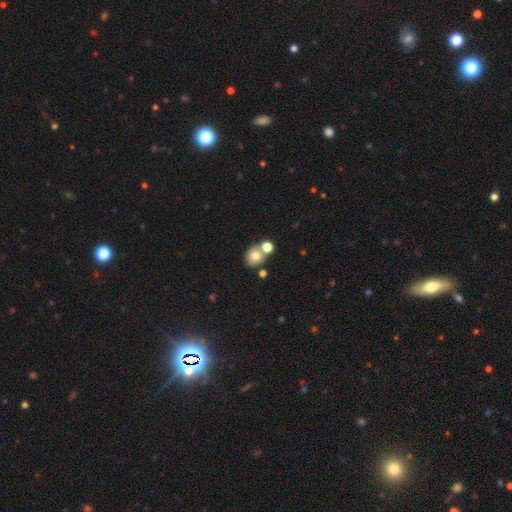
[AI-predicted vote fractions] smooth 73%, featured or disk 16%, star or artifact 11%. Down the decision tree: how rounded — round (66%); merging — none (47%).